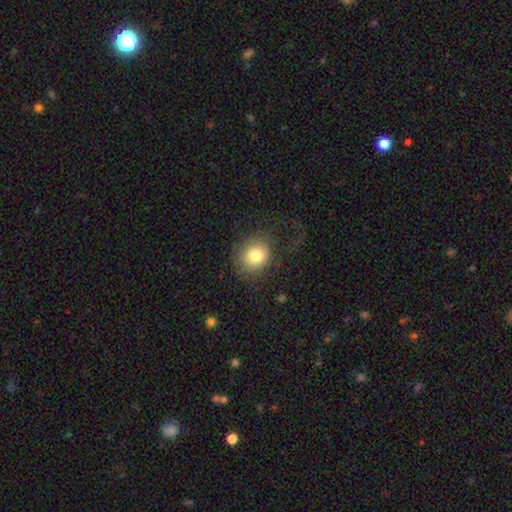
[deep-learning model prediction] smooth 79%, featured or disk 11%, star or artifact 10%. Down the decision tree: how rounded — round (76%); merging — none (65%).